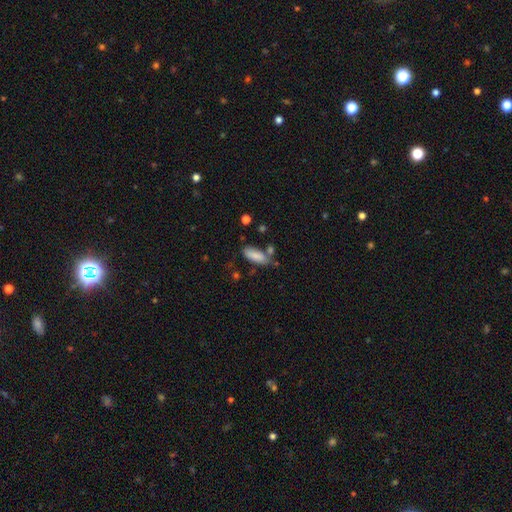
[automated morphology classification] smooth_or_featured: smooth (p=0.85) [alt: featured or disk p=0.09]
how_rounded: in between (p=0.72) [alt: cigar-shaped p=0.26]
merging: none (p=0.64) [alt: minor disturbance p=0.19]